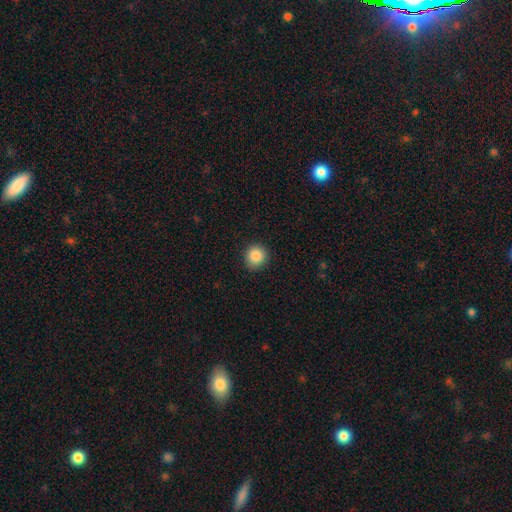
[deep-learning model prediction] A smooth galaxy with no disk features (87%) that is round (90%).

Vote fractions:
- Smooth or featured? smooth: 87% / star or artifact: 9% / featured or disk: 4%
- How rounded? round: 90% / in between: 9% / cigar-shaped: 1%
- Merging? none: 89% / minor disturbance: 7% / major disturbance: 2% / merger: 1%